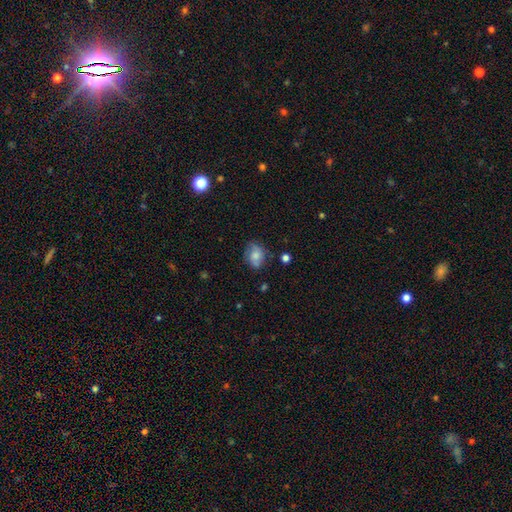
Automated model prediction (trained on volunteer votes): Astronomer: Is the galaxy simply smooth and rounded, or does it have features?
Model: smooth — 59%.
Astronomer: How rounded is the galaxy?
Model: in between — 54% (runner-up: round, 45%).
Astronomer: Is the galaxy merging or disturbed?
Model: none — 62%.